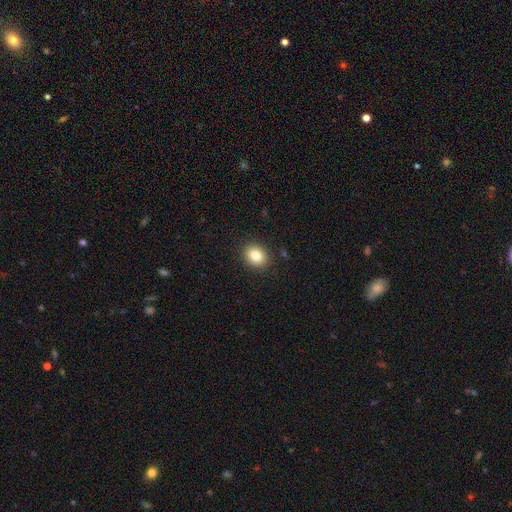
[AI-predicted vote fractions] A smooth galaxy with no disk features (83%) that is in between round and cigar-shaped (50%).

Vote fractions:
- Smooth or featured? smooth: 83% / star or artifact: 10% / featured or disk: 8%
- How rounded? in between: 50% / round: 49% / cigar-shaped: 1%
- Merging? none: 89% / minor disturbance: 8% / major disturbance: 2% / merger: 1%